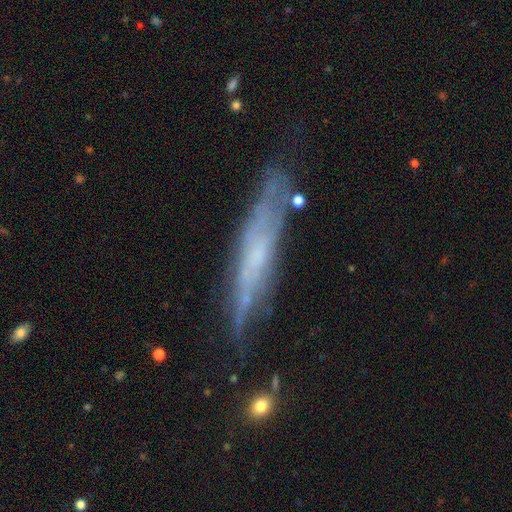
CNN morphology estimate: A featured or disk galaxy (61%) viewed edge-on (78%). Merging: none (71%).